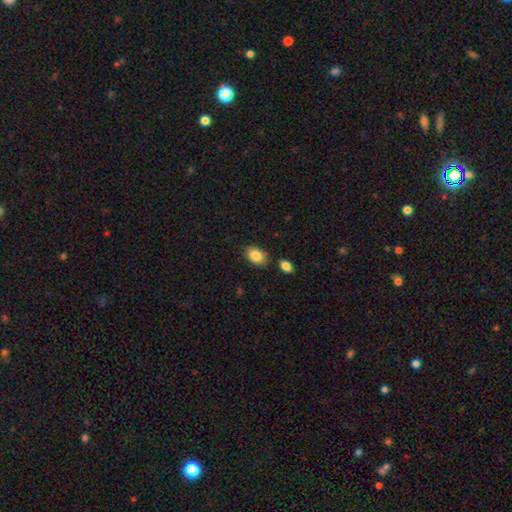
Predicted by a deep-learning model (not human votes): Smooth or featured? smooth (87%)
How rounded? in between (81%)
Merging? none (80%)